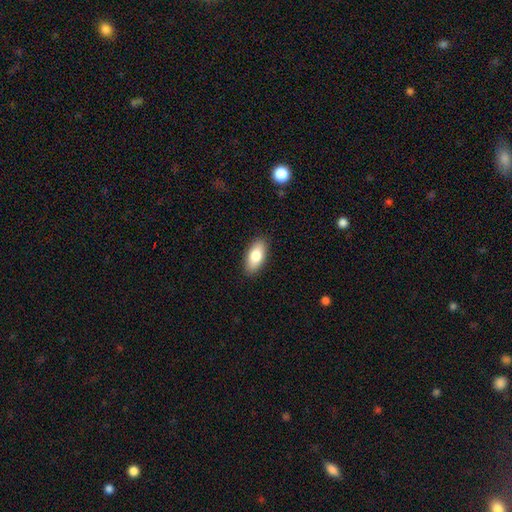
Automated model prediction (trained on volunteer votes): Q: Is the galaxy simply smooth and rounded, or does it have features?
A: smooth — 81%.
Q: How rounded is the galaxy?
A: in between — 88%.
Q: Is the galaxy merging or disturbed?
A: none — 89%.